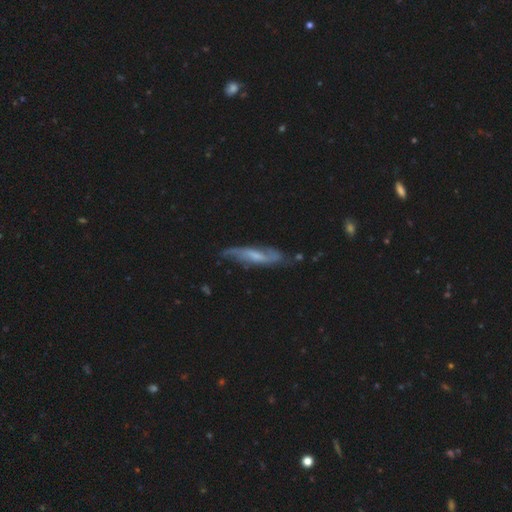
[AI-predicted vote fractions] Smooth or featured? Predicted: featured or disk (p=0.74). Edge-on disk? Predicted: no (p=0.70). Bar? Predicted: weak (p=0.47). Spiral arms? Predicted: yes (p=0.91). Bulge size? Predicted: small (p=0.41). Merging? Predicted: none (p=0.67).